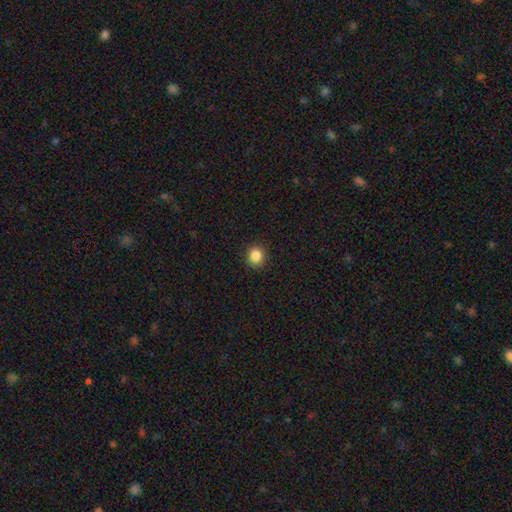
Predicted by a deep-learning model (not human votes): Smooth or featured? Predicted: smooth (p=0.86). How rounded? Predicted: round (p=0.83). Merging? Predicted: none (p=0.91).